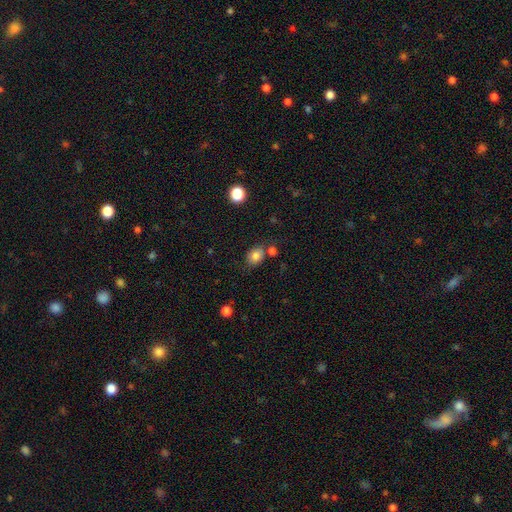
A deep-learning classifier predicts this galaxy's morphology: A smooth galaxy with no disk features (81%) that is in between round and cigar-shaped (60%).

Vote fractions:
- Smooth or featured? smooth: 81% / star or artifact: 11% / featured or disk: 8%
- How rounded? in between: 60% / round: 39% / cigar-shaped: 1%
- Merging? none: 69% / minor disturbance: 14% / merger: 12% / major disturbance: 4%